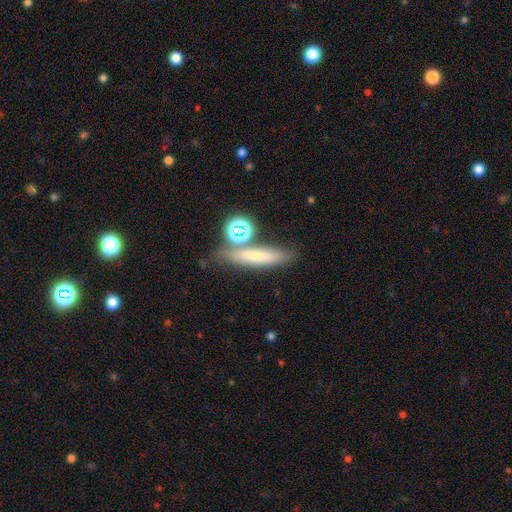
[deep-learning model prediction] The model was most divided on "smooth or featured": smooth: 63%, featured or disk: 23%, star or artifact: 14%. More confident: how rounded — cigar-shaped (70%); merging — none (66%).